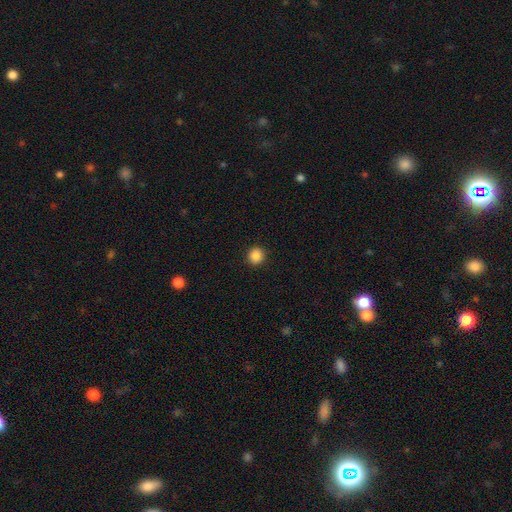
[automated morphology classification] This is clearly a smooth galaxy (87%). How rounded: clearly round (88%). Merging: clearly none (92%).